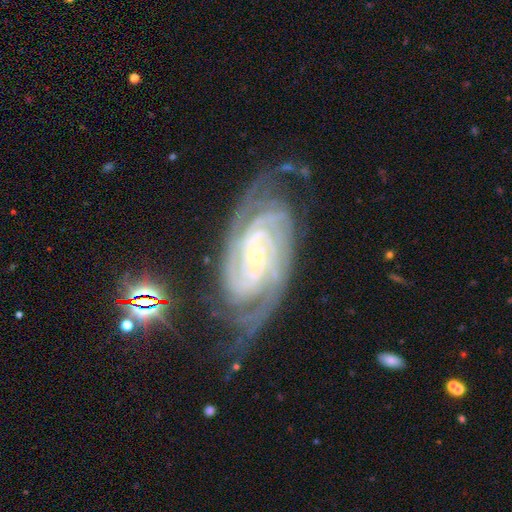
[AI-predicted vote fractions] A featured or disk galaxy (91%) with no bar (47%), 2 (26%) tight (75%) spiral arms (99%) and a small central bulge (79%). Merging: none (68%).